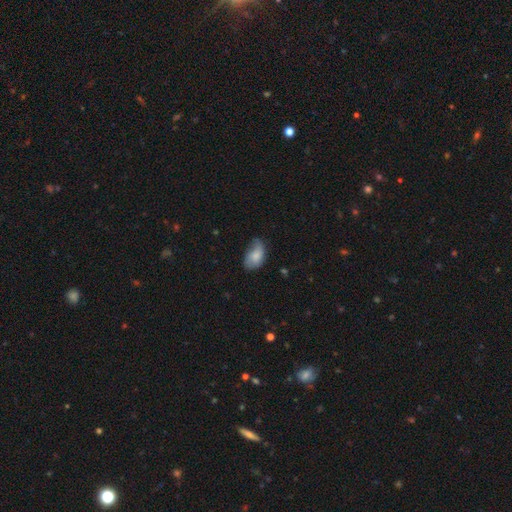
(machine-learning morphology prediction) This is likely a smooth galaxy (74%). How rounded: clearly in between (91%). Merging: marginally minor disturbance (42%).